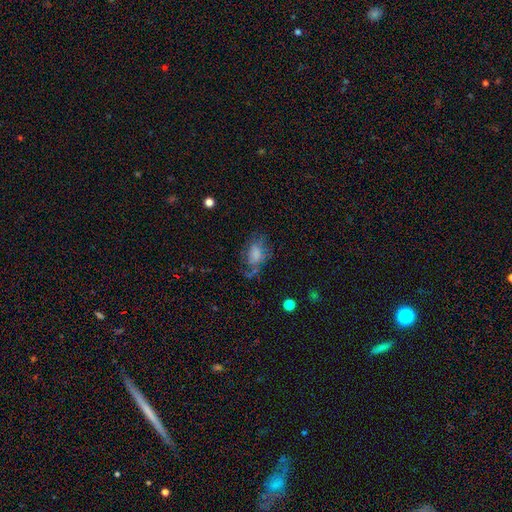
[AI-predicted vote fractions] Smooth or featured?
  - smooth: 49% *
  - featured or disk: 33%
  - star or artifact: 18%
Merging?
  - none: 48% *
  - minor disturbance: 25%
  - major disturbance: 23%
  - merger: 5%